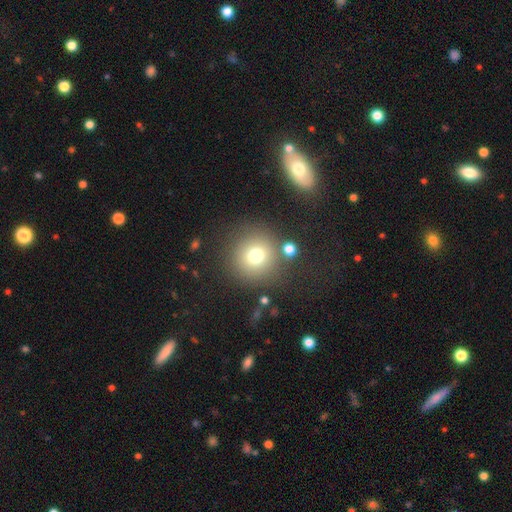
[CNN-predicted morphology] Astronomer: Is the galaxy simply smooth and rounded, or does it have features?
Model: smooth — 74%.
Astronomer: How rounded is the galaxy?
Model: round — 93%.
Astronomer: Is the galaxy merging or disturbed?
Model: none — 80%.